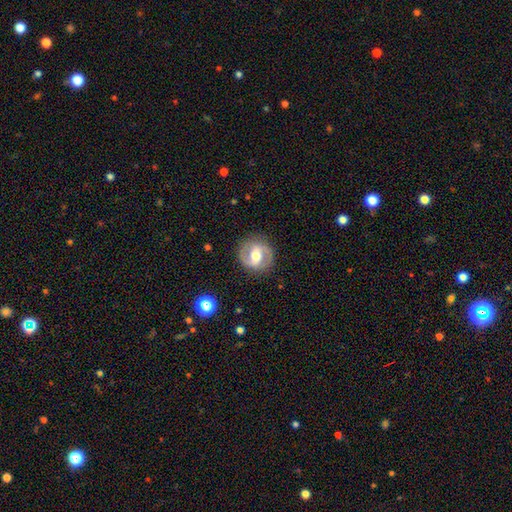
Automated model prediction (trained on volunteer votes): A featured or disk galaxy (77%) with a weak bar (42%), 2 (90%) medium (52%) spiral arms (87%) and a moderate central bulge (70%). Merging: none (86%).